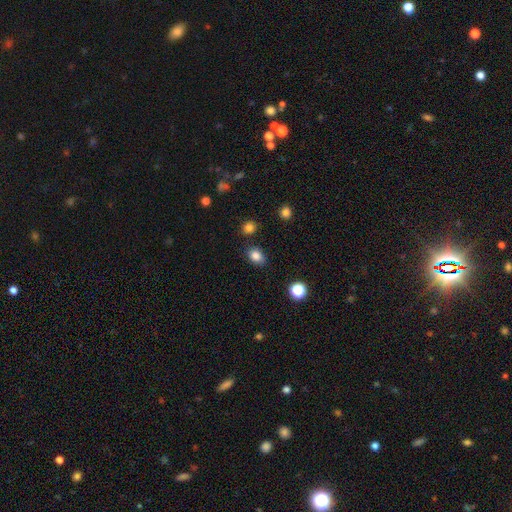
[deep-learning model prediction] A smooth galaxy with no disk features (83%) that is in between round and cigar-shaped (69%). Merging: none (82%).